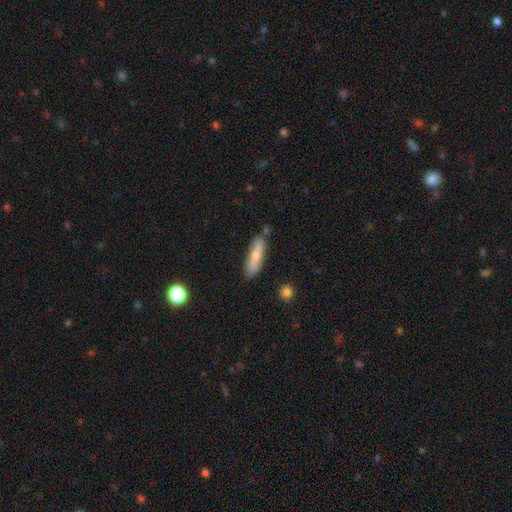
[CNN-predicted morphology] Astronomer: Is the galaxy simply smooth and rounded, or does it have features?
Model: smooth — 71%.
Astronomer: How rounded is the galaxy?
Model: cigar-shaped — 70%.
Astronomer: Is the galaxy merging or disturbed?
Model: none — 76%.